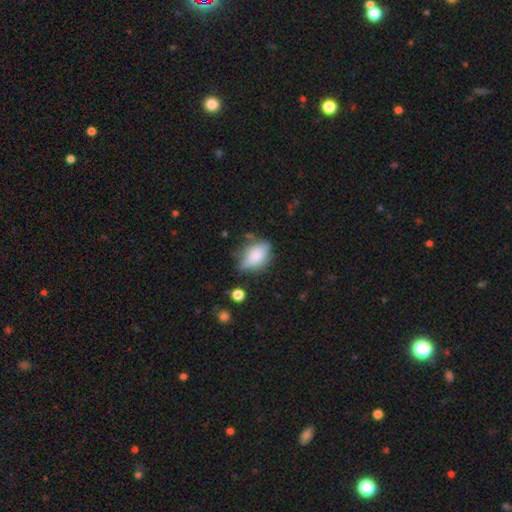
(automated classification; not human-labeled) Q: Smooth or featured?
A: smooth (62%); runner-up: featured or disk (28%)
Q: How rounded?
A: in between (78%); runner-up: round (13%)
Q: Merging?
A: none (58%); runner-up: minor disturbance (28%)